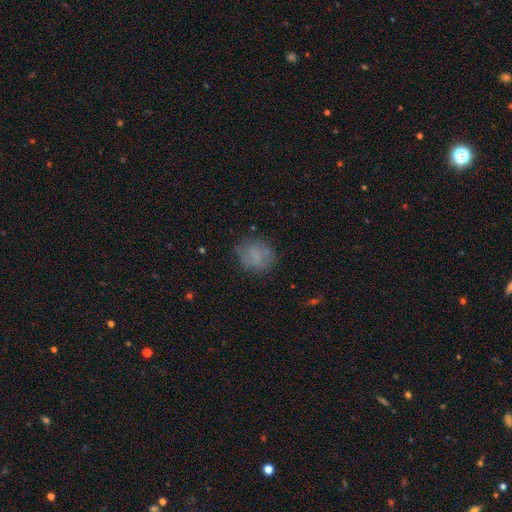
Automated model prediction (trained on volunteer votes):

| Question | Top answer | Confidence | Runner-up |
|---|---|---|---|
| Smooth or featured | smooth | 74% | featured or disk (15%) |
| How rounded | round | 72% | in between (27%) |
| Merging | none | 75% | minor disturbance (17%) |